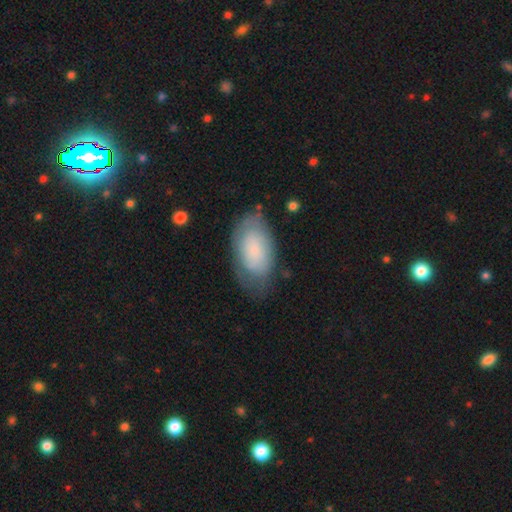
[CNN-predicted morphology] Smooth or featured? Predicted: smooth (p=0.69). How rounded? Predicted: in between (p=0.94). Merging? Predicted: none (p=0.64).